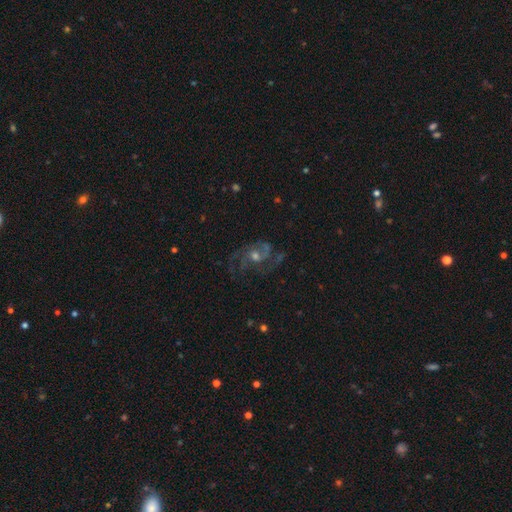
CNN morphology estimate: smooth-or-featured: featured or disk: 82% | star or artifact: 11% | smooth: 8%
  disk-edge-on: no: 97% | yes: 3%
    bar: no: 69% | weak: 26% | strong: 5%
    has-spiral-arms: yes: 95% | no: 5%
      spiral-winding: medium: 51% | tight: 29% | loose: 19%
      spiral-arm-count: 2: 33% | 3: 30% | can't tell: 17% | 4: 8% | 1: 6% | more than 4: 6%
    bulge-size: moderate: 61% | small: 30% | large: 5% | none: 2% | dominant: 1%
  merging: none: 67% | minor disturbance: 17% | major disturbance: 15% | merger: 2%